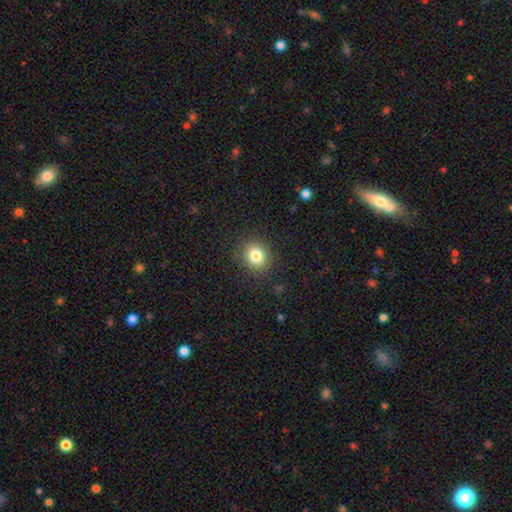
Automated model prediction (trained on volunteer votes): Smooth or featured: smooth — 81% (star or artifact — 12%)
How rounded: round — 81% (in between — 19%)
Merging: none — 88% (minor disturbance — 8%)